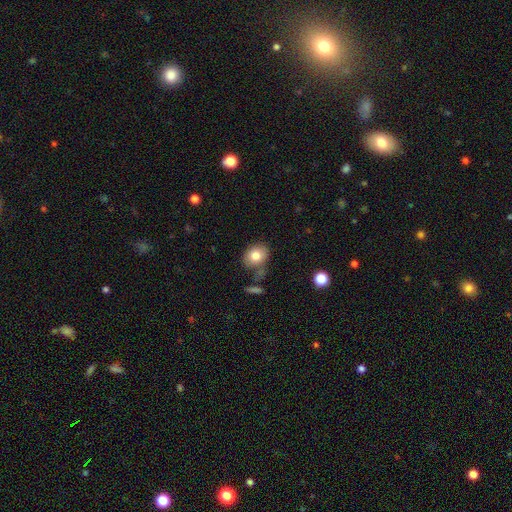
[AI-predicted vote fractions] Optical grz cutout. It shows a smooth galaxy with no disk features (79%) that is in between round and cigar-shaped (52%). Merging: none (71%).